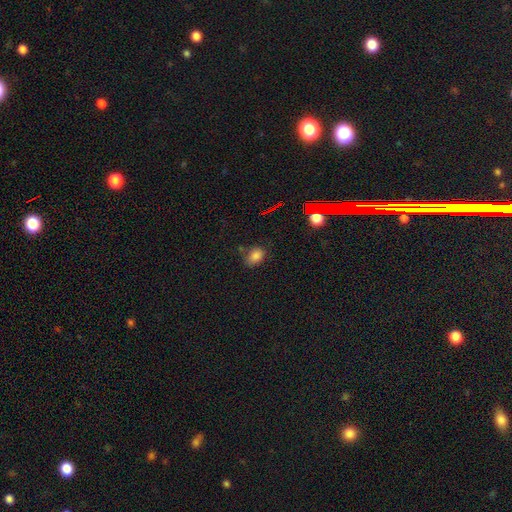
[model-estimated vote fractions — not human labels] This is likely a smooth galaxy (78%). How rounded: likely in between (66%). Merging: likely none (70%).